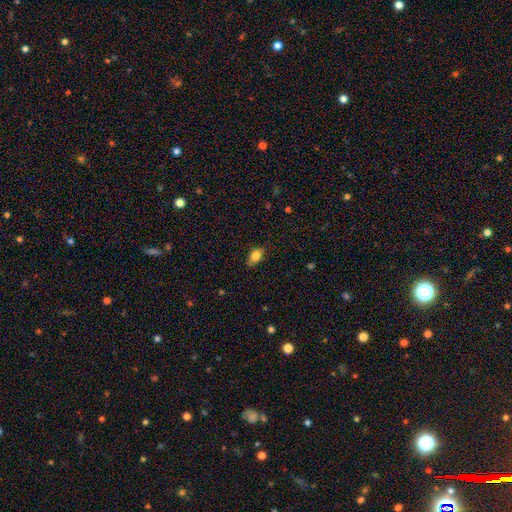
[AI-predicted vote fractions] Smooth or featured? smooth (84%)
How rounded? in between (86%)
Merging? none (77%)